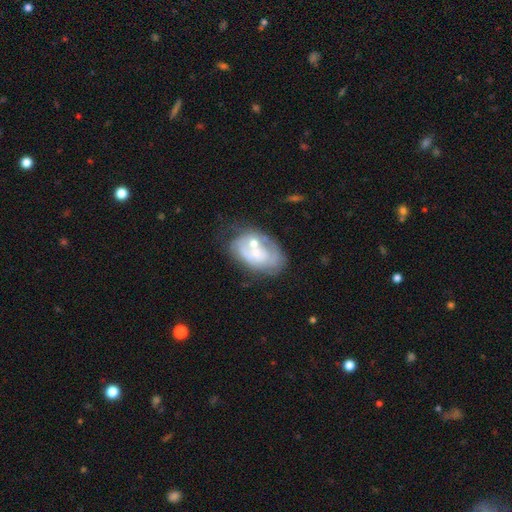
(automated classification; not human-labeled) smooth_or_featured: featured or disk (p=0.65) [alt: smooth p=0.27]
disk_edge_on: no (p=0.96) [alt: yes p=0.04]
bar: no (p=0.76) [alt: weak p=0.19]
has_spiral_arms: yes (p=0.51) [alt: no p=0.49]
bulge_size: small (p=0.52) [alt: moderate p=0.37]
merging: none (p=0.47) [alt: minor disturbance p=0.23]